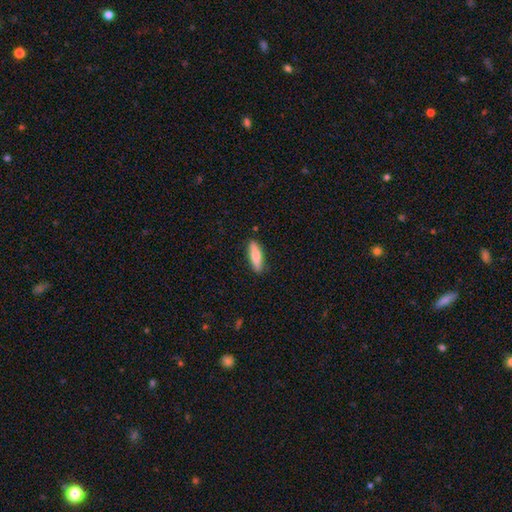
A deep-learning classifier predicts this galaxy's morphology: smooth-or-featured: smooth: 76% | featured or disk: 19% | star or artifact: 6%
  how-rounded: cigar-shaped: 62% | in between: 36% | round: 2%
  merging: none: 86% | minor disturbance: 11% | major disturbance: 2% | merger: 1%